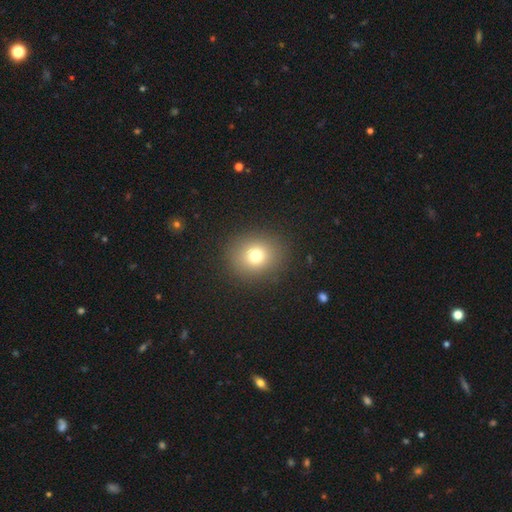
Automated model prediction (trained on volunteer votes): The model was most divided on "smooth or featured": smooth: 75%, star or artifact: 15%, featured or disk: 10%. More confident: merging — none (89%); how rounded — round (81%).